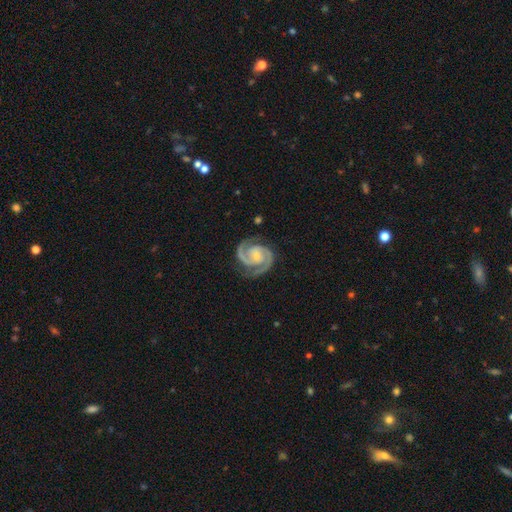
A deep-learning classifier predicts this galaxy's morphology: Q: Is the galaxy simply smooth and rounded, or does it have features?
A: featured or disk — 94%.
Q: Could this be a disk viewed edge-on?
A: no — 98%.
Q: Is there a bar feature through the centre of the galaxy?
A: no — 52%.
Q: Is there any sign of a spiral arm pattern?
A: yes — 99%.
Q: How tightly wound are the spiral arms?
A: tight — 49%.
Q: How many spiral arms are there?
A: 2 — 93%.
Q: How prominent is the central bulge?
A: small — 63%.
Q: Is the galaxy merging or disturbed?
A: none — 81%.